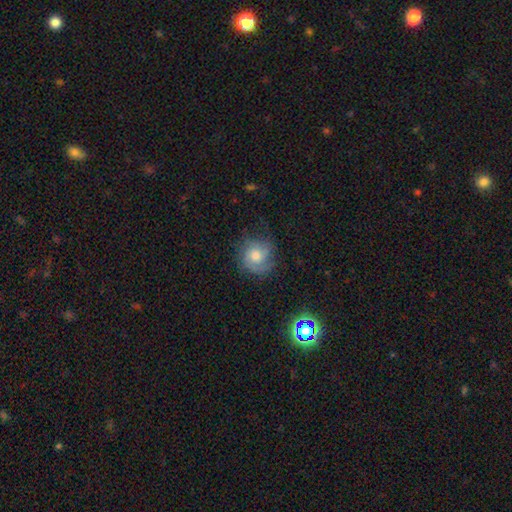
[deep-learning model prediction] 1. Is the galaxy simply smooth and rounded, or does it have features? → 61% featured or disk, 29% smooth, 9% star or artifact.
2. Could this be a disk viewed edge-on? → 97% no, 3% yes.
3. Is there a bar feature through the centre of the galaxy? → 77% no, 20% weak, 3% strong.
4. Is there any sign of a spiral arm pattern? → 90% yes, 10% no.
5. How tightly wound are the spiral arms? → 54% tight, 34% medium, 12% loose.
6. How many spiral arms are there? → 31% 2, 29% can't tell, 23% 3, 9% 1, 5% 4, 4% more than 4.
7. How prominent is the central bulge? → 65% moderate, 19% small, 12% large, 3% none, 1% dominant.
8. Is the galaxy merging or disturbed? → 71% none, 19% minor disturbance, 9% major disturbance, 1% merger.